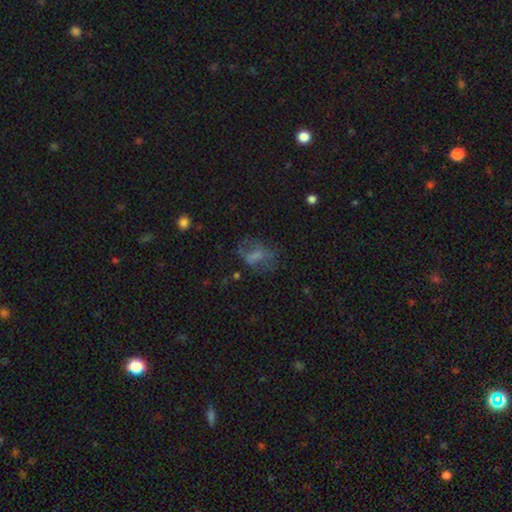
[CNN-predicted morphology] Overall: smooth (49%; featured or disk 35%). Merging: none (46%; major disturbance 30%).